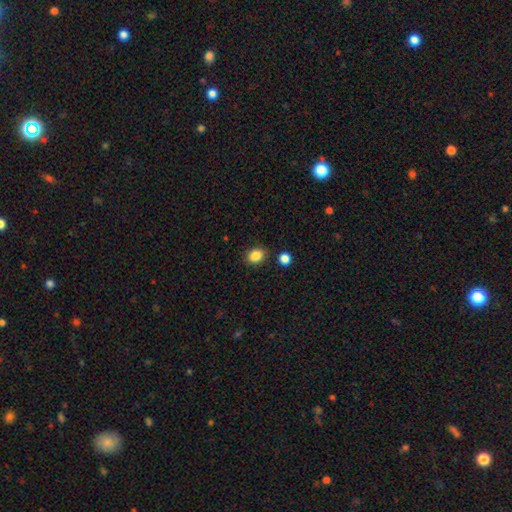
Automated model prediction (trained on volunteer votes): Smooth or featured?
  - smooth: 86% *
  - star or artifact: 10%
  - featured or disk: 4%
How rounded?
  - round: 54% *
  - in between: 45%
  - cigar-shaped: 1%
Merging?
  - none: 85% *
  - minor disturbance: 9%
  - merger: 4%
  - major disturbance: 2%